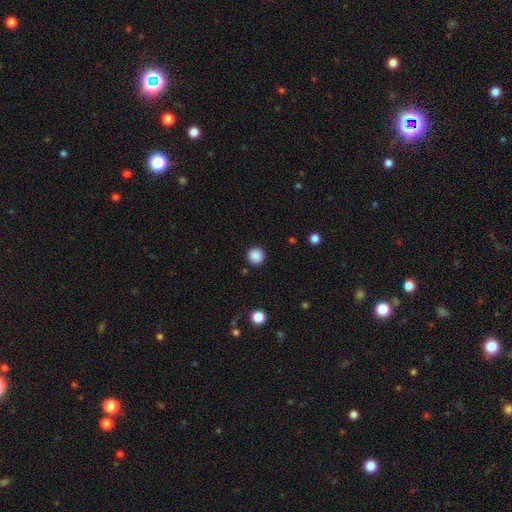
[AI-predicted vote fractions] This appears to be a smooth galaxy with no disk features (88%) that is round (94%). Merging: none (91%).